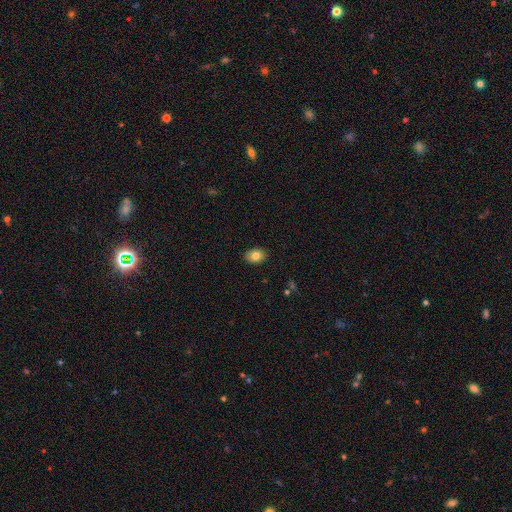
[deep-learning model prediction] smooth 82%, featured or disk 10%, star or artifact 9%. Down the decision tree: how rounded — in between (70%); merging — none (90%).